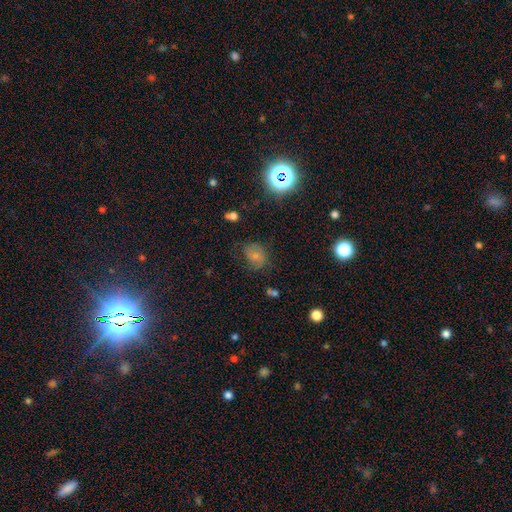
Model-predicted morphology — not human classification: Smooth or featured? Predicted: smooth (p=0.59). How rounded? Predicted: round (p=0.51). Merging? Predicted: none (p=0.59).